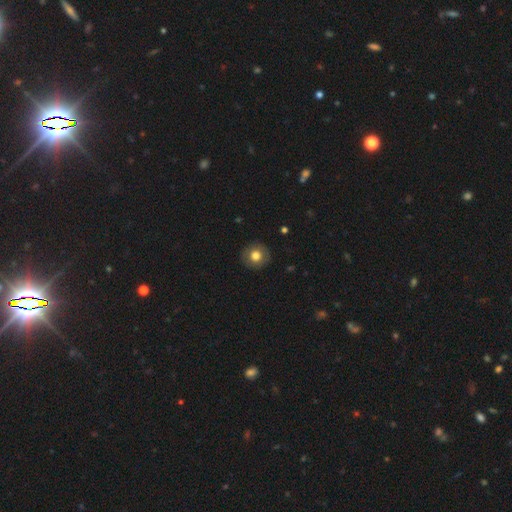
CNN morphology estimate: The model was most divided on "smooth or featured": smooth: 74%, featured or disk: 17%, star or artifact: 8%. More confident: how rounded — round (91%); merging — none (90%).